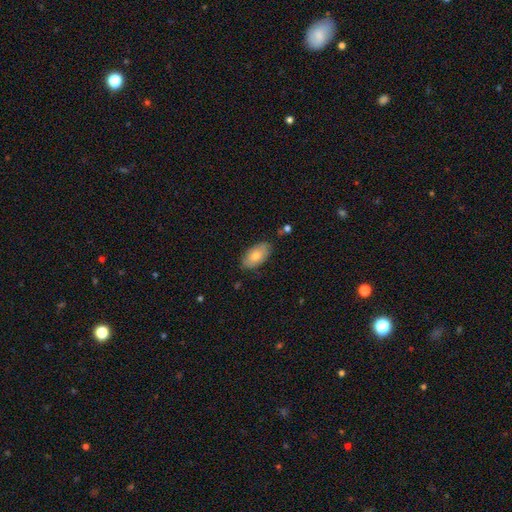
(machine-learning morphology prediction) smooth_or_featured: smooth (p=0.75) [alt: featured or disk p=0.18]
how_rounded: in between (p=0.94) [alt: cigar-shaped p=0.03]
merging: none (p=0.81) [alt: minor disturbance p=0.15]